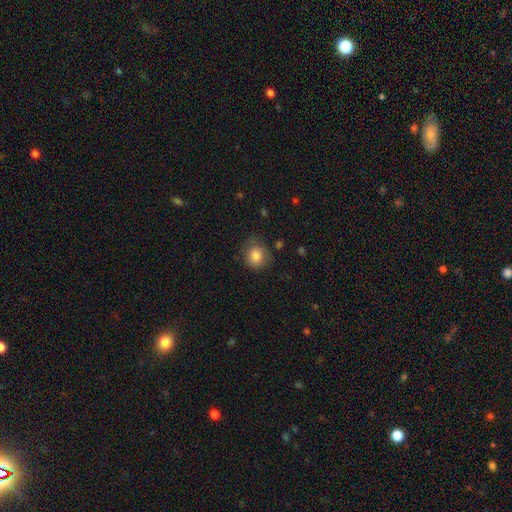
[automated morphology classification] smooth 83%, star or artifact 9%, featured or disk 8%. Down the decision tree: how rounded — round (76%); merging — none (70%).